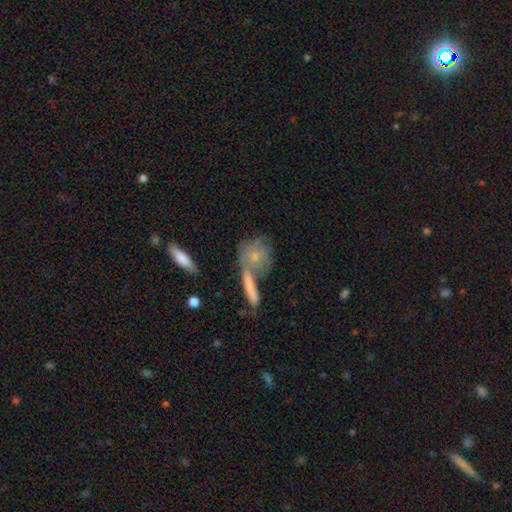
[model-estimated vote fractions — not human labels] Q: Smooth or featured?
A: smooth (59%); runner-up: featured or disk (33%)
Q: How rounded?
A: round (57%); runner-up: in between (32%)
Q: Merging?
A: none (40%); runner-up: merger (36%)